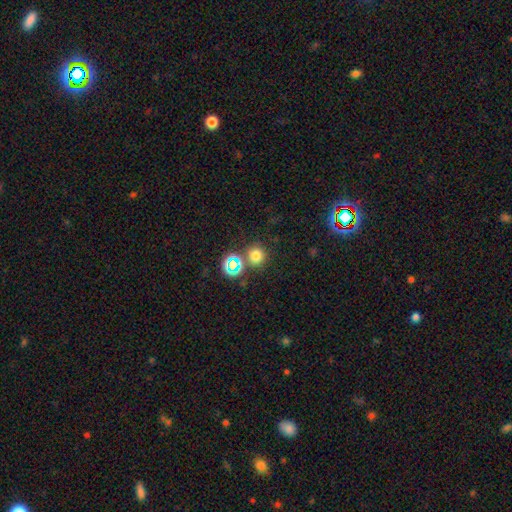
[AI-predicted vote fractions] Smooth or featured? Predicted: smooth (p=0.71). How rounded? Predicted: round (p=0.90). Merging? Predicted: none (p=0.74).